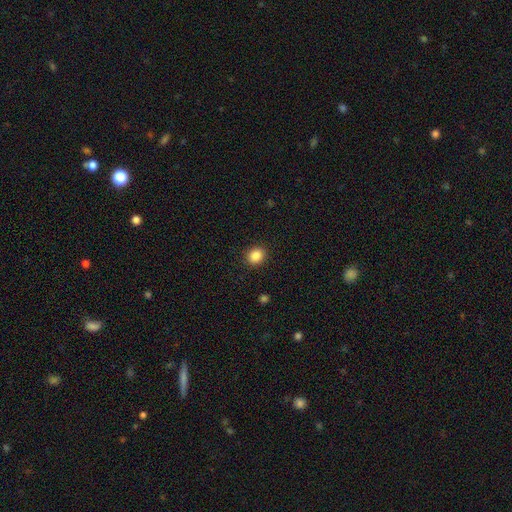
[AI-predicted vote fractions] Morphology: type=smooth (87%); roundness=round (65%); merging=none (90%).